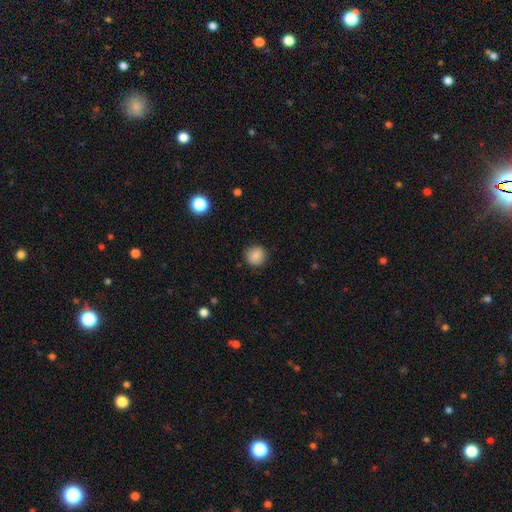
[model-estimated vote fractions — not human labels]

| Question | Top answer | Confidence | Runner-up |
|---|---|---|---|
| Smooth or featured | smooth | 86% | star or artifact (9%) |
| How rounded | round | 91% | in between (8%) |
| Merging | none | 89% | minor disturbance (8%) |